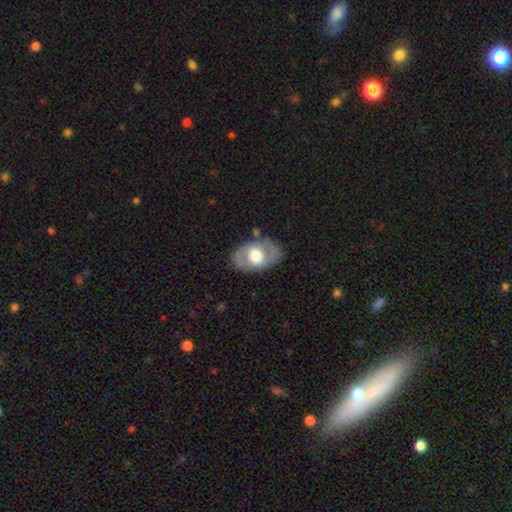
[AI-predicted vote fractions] This appears to be a featured or disk galaxy (56%). Merging: none (79%).